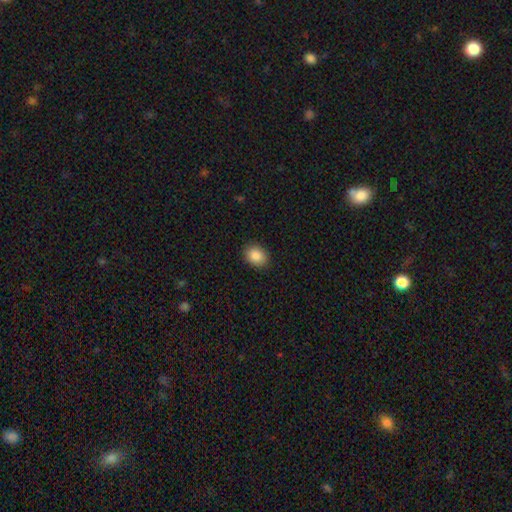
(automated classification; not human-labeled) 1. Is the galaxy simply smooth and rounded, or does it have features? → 87% smooth, 8% star or artifact, 4% featured or disk.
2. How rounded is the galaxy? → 60% in between, 40% round, 1% cigar-shaped.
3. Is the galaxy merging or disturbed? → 90% none, 8% minor disturbance, 2% major disturbance, 1% merger.